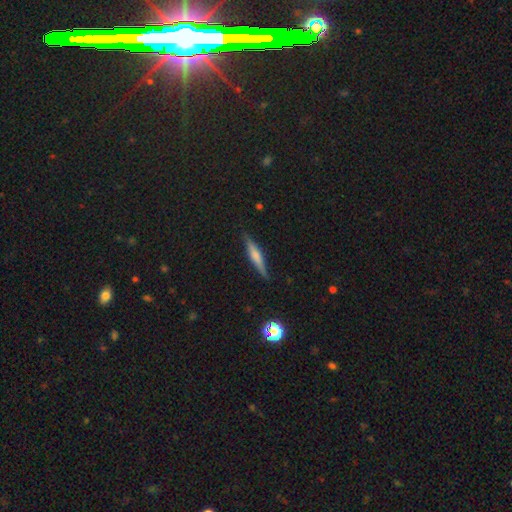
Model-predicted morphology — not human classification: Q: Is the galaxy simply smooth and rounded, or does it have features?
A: smooth — 47%.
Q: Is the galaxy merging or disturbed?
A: none — 86%.